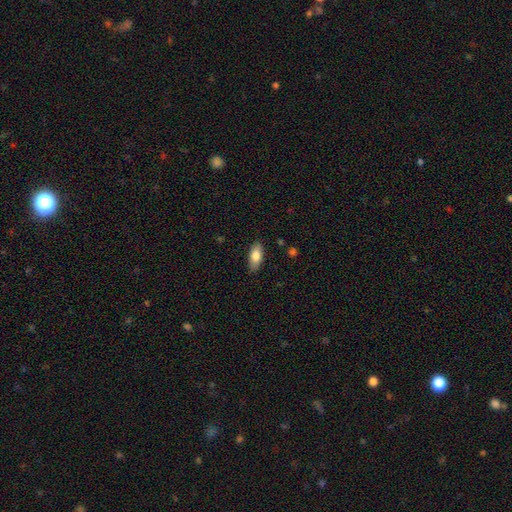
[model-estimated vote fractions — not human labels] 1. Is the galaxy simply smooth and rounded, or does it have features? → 80% smooth, 14% featured or disk, 6% star or artifact.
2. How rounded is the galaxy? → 86% in between, 12% cigar-shaped, 3% round.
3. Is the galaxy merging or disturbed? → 86% none, 10% minor disturbance, 2% major disturbance, 1% merger.